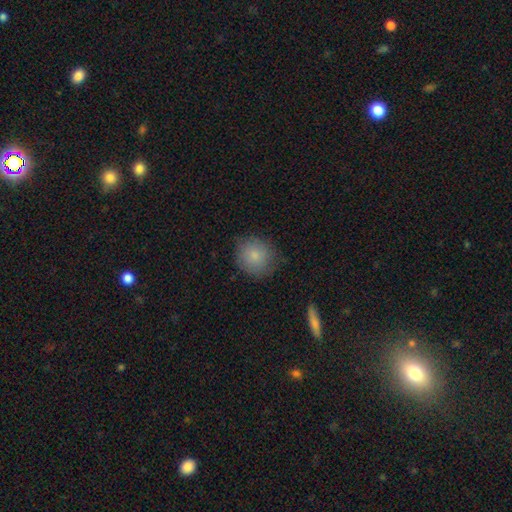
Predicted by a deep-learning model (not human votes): Overall: smooth (83%). How rounded: round (85%). Merging: none (80%).